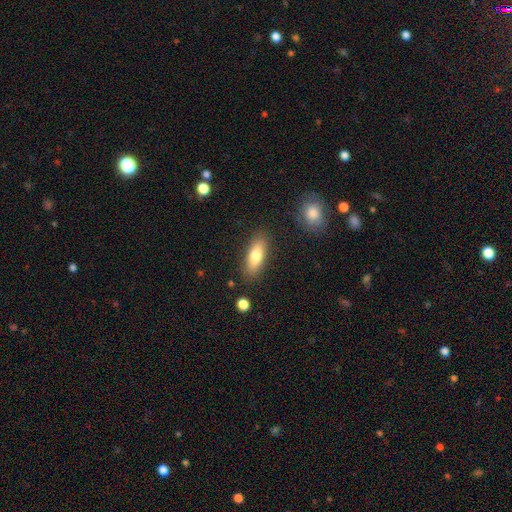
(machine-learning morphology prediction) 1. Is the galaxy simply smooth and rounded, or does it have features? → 77% smooth, 16% featured or disk, 7% star or artifact.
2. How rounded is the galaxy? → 65% in between, 32% cigar-shaped, 3% round.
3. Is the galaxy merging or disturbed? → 84% none, 11% minor disturbance, 3% major disturbance, 2% merger.